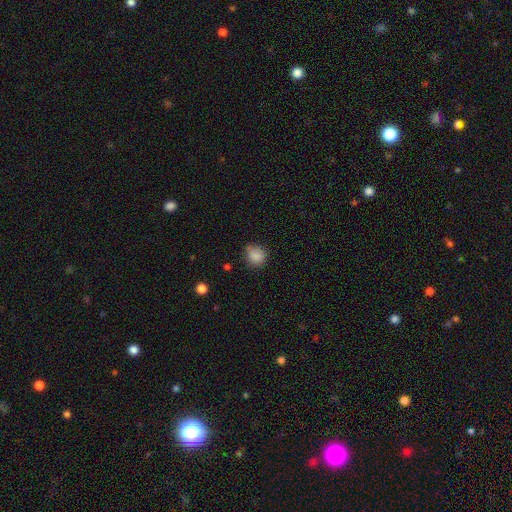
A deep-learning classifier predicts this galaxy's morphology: This appears to be a smooth galaxy with no disk features (84%) that is round (73%). Merging: none (70%).